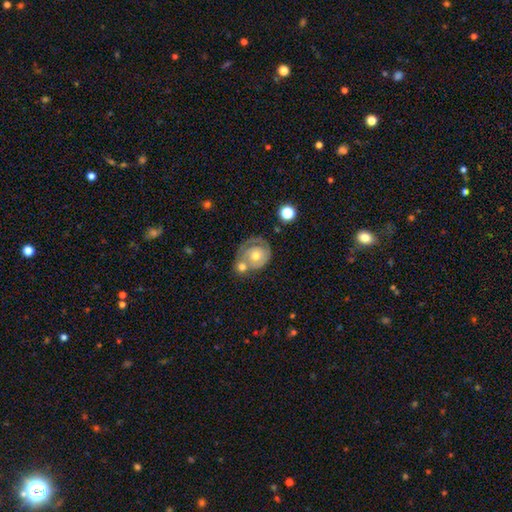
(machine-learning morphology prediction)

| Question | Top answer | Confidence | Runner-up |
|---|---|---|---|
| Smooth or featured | featured or disk | 66% | smooth (27%) |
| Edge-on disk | no | 97% | yes (3%) |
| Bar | no | 85% | weak (12%) |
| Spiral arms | yes | 72% | no (28%) |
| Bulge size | moderate | 65% | small (26%) |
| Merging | none | 37% | merger (32%) |